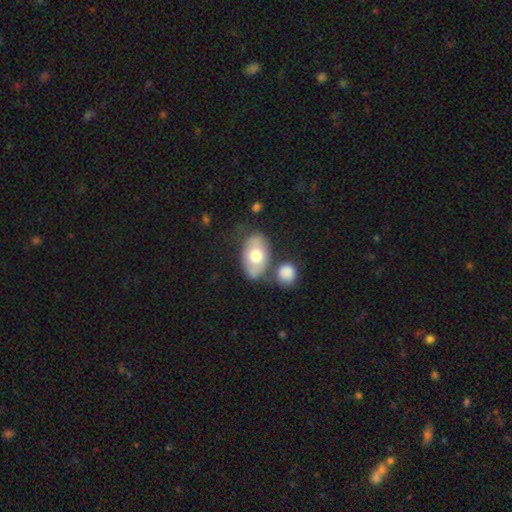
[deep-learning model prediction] smooth 64%, featured or disk 30%, star or artifact 6%. Down the decision tree: how rounded — in between (89%); merging — none (60%).